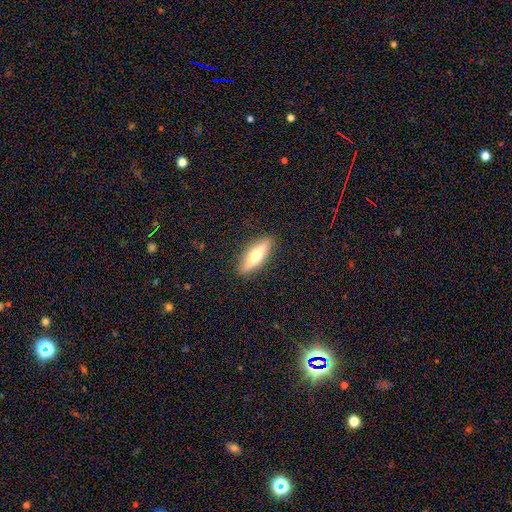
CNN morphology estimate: smooth 49%, featured or disk 45%, star or artifact 6%. Down the decision tree: merging — none (89%).